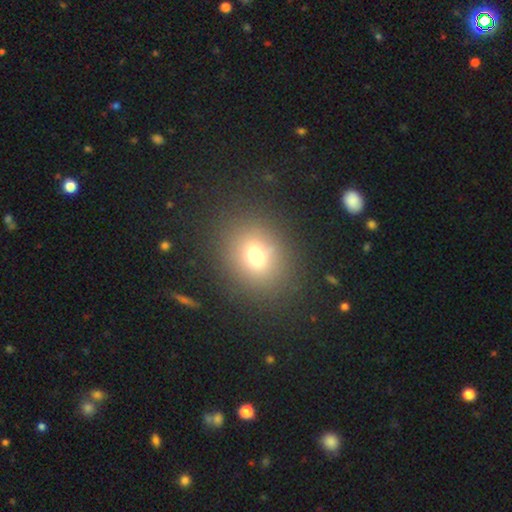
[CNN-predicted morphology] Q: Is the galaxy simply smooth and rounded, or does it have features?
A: smooth — 70%.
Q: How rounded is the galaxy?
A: round — 60%.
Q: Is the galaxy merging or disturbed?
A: none — 84%.